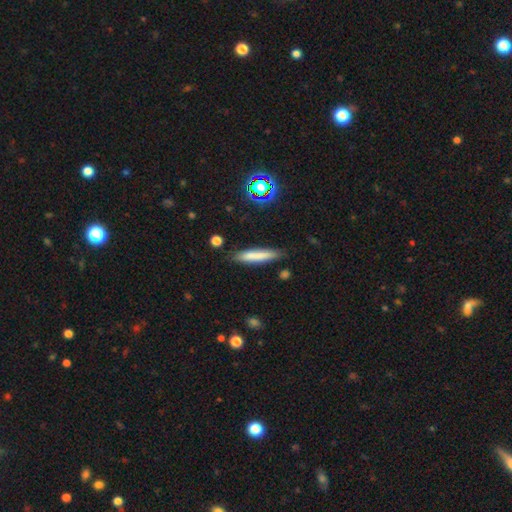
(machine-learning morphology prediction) A smooth galaxy with no disk features (75%) that is cigar-shaped (89%).

Vote fractions:
- Smooth or featured? smooth: 75% / featured or disk: 17% / star or artifact: 8%
- How rounded? cigar-shaped: 89% / in between: 9% / round: 1%
- Merging? none: 85% / minor disturbance: 11% / major disturbance: 2% / merger: 2%